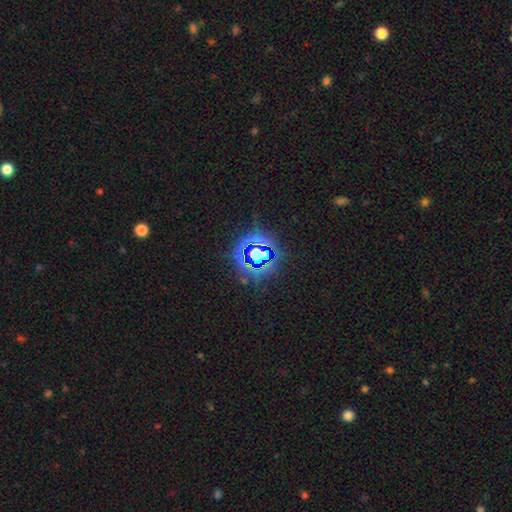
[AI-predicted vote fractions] smooth-or-featured: star or artifact: 76% | smooth: 14% | featured or disk: 10%